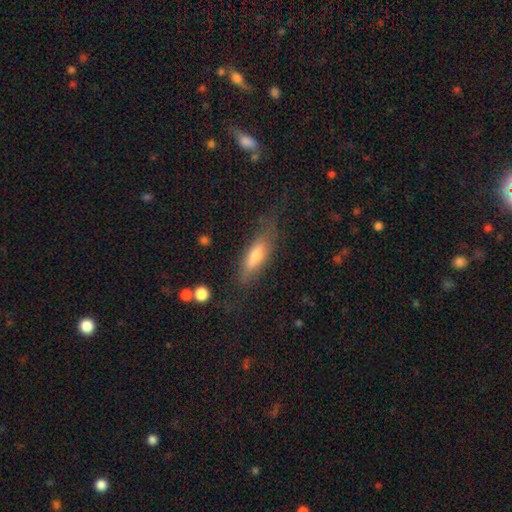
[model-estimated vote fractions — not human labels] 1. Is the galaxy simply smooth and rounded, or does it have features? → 57% smooth, 34% featured or disk, 9% star or artifact.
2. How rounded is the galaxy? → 57% cigar-shaped, 40% in between, 3% round.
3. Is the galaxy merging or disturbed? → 68% none, 20% minor disturbance, 9% major disturbance, 2% merger.